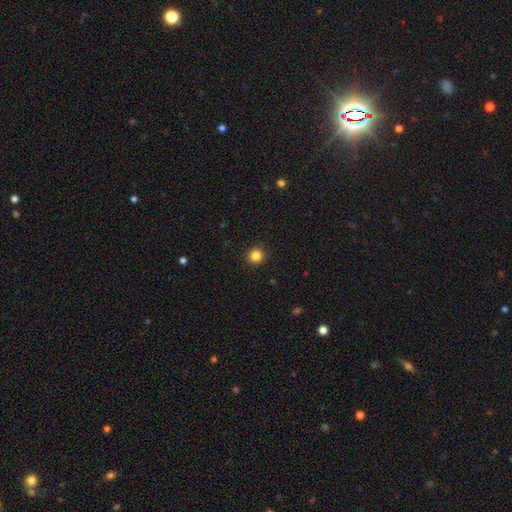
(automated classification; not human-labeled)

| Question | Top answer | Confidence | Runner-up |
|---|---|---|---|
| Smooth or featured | smooth | 84% | star or artifact (12%) |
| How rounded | round | 94% | in between (5%) |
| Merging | none | 93% | minor disturbance (5%) |